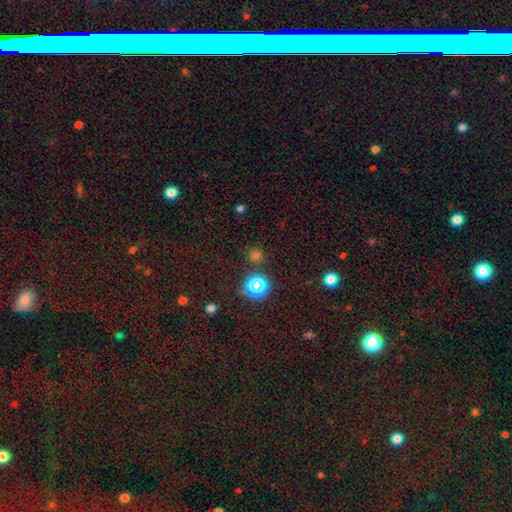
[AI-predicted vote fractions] Smooth or featured? smooth (61%)
How rounded? round (91%)
Merging? none (83%)